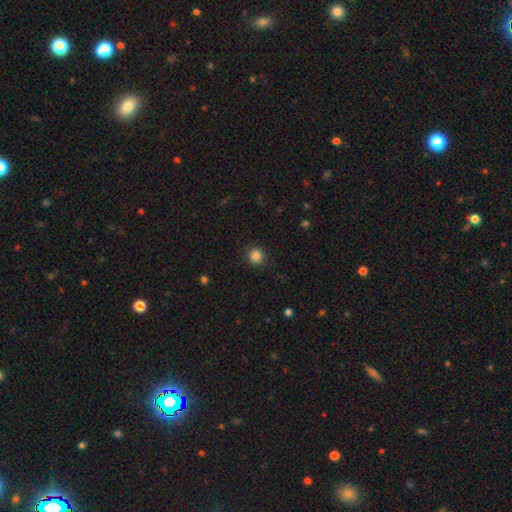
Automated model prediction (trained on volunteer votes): Smooth or featured: smooth — 85% (star or artifact — 11%)
How rounded: round — 91% (in between — 8%)
Merging: none — 89% (minor disturbance — 7%)